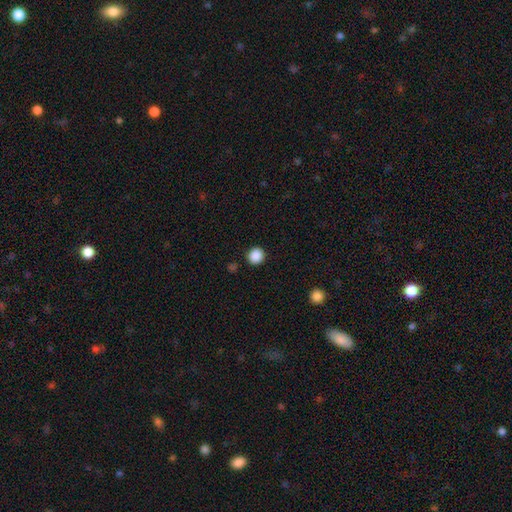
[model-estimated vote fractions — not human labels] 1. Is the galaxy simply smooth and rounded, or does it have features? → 88% smooth, 10% star or artifact, 2% featured or disk.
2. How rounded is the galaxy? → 93% round, 6% in between, 1% cigar-shaped.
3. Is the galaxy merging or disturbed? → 91% none, 5% minor disturbance, 2% major disturbance, 2% merger.